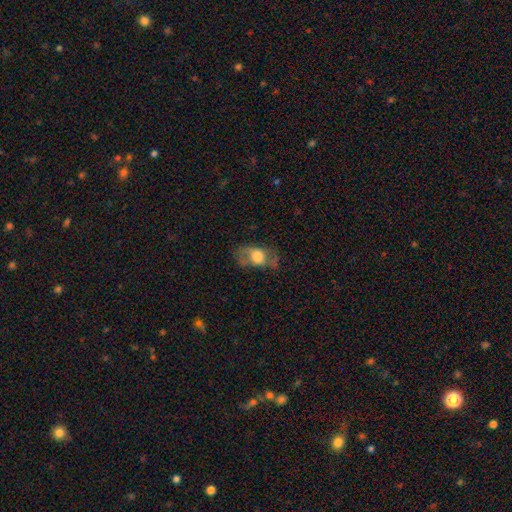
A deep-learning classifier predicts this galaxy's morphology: smooth 52%, featured or disk 39%, star or artifact 9%. Down the decision tree: how rounded — in between (75%); merging — none (51%).